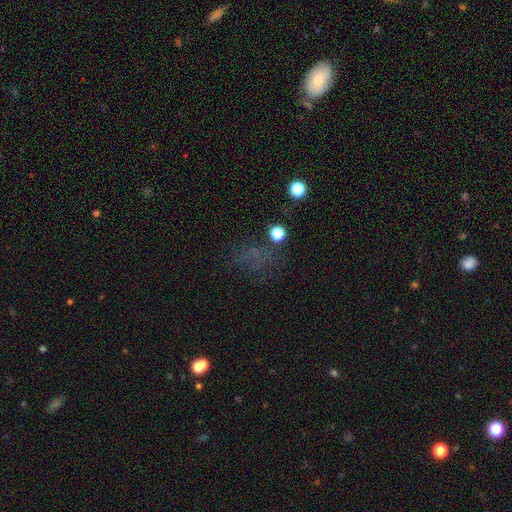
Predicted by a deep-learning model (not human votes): This is marginally a star or artifact rather than a galaxy (43%).